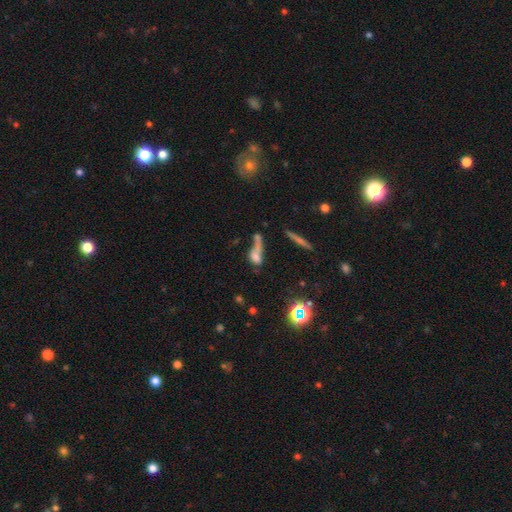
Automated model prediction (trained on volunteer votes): A smooth galaxy with no disk features (47%).

Vote fractions:
- Smooth or featured? smooth: 47% / featured or disk: 31% / star or artifact: 22%
- Merging? merger: 38% / major disturbance: 25% / none: 24% / minor disturbance: 13%